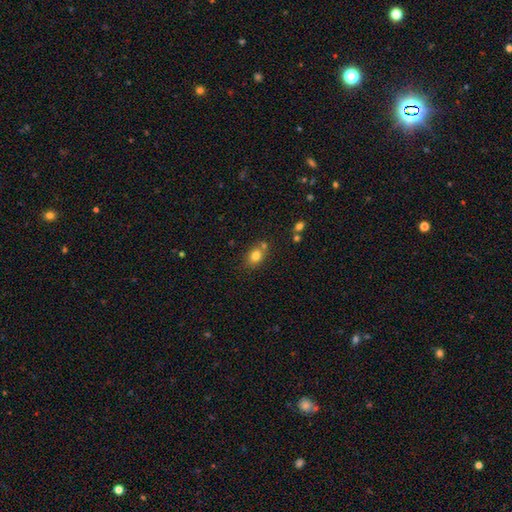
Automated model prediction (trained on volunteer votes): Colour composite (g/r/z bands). It shows a smooth galaxy with no disk features (79%) that is in between round and cigar-shaped (54%). Merging: none (62%).